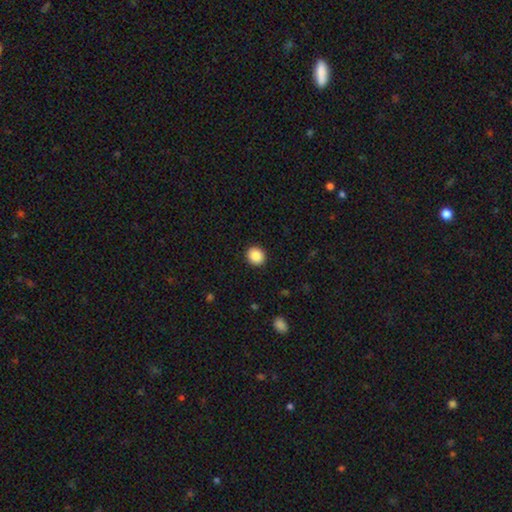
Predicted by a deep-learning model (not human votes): The model was most divided on "how rounded": round: 82%, in between: 17%, cigar-shaped: 1%. More confident: merging — none (92%); smooth or featured — smooth (88%).